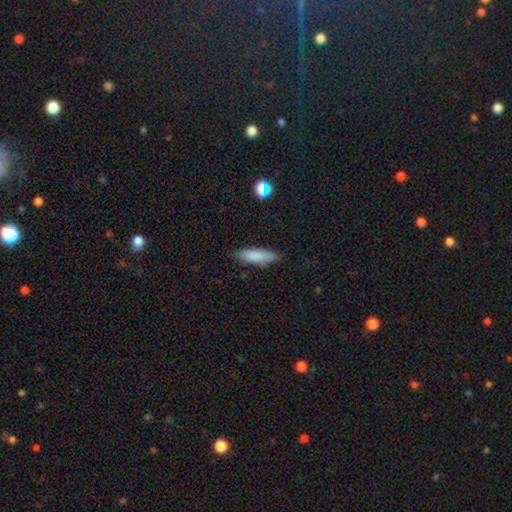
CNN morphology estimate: smooth 85%, featured or disk 8%, star or artifact 7%. Down the decision tree: how rounded — cigar-shaped (52%); merging — none (81%).